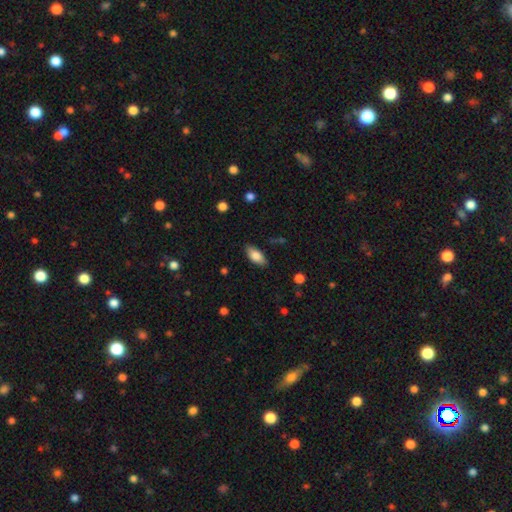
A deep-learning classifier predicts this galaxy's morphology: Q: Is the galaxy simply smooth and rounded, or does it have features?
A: smooth — 79%.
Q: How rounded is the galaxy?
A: in between — 88%.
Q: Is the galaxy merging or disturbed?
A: none — 85%.